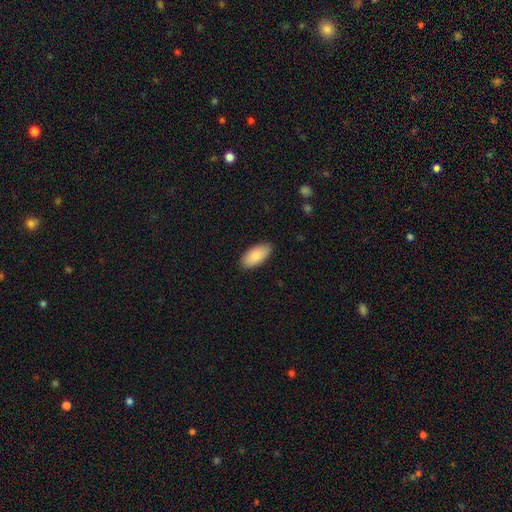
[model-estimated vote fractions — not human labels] A smooth galaxy with no disk features (89%) that is in between round and cigar-shaped (93%).

Vote fractions:
- Smooth or featured? smooth: 89% / featured or disk: 6% / star or artifact: 6%
- How rounded? in between: 93% / cigar-shaped: 6% / round: 2%
- Merging? none: 89% / minor disturbance: 9% / major disturbance: 2% / merger: 1%